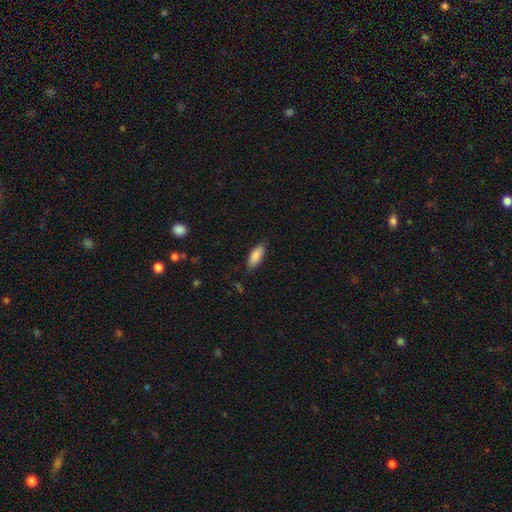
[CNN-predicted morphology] smooth 86%, featured or disk 8%, star or artifact 6%. Down the decision tree: how rounded — in between (76%); merging — none (83%).